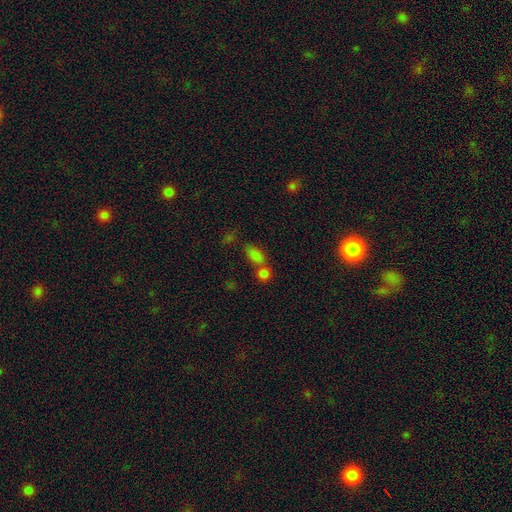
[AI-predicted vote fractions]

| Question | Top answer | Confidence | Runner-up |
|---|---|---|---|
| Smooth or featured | smooth | 78% | star or artifact (15%) |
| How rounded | in between | 81% | round (13%) |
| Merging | merger | 42% | tied: none (42%) |